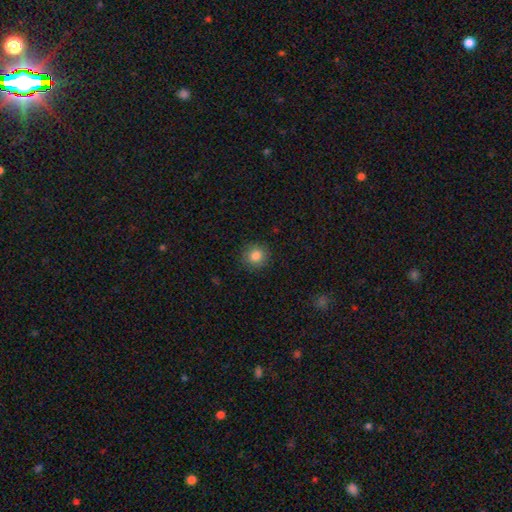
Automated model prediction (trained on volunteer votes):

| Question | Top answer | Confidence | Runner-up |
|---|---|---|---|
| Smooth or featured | smooth | 84% | star or artifact (10%) |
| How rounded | round | 87% | in between (12%) |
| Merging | none | 87% | minor disturbance (9%) |